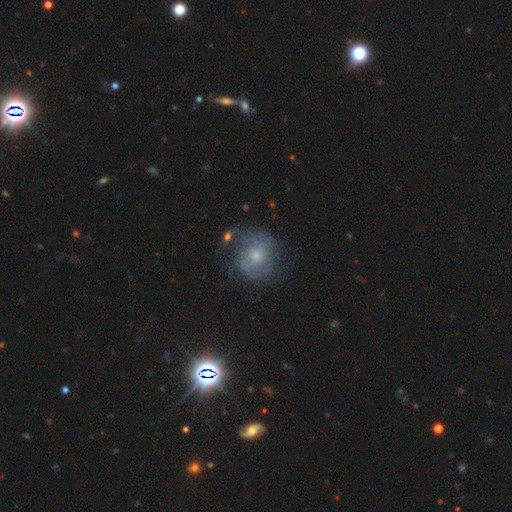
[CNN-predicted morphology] smooth_or_featured: featured or disk (p=0.70) [alt: smooth p=0.22]
disk_edge_on: no (p=0.98) [alt: yes p=0.02]
bar: no (p=0.71) [alt: weak p=0.25]
has_spiral_arms: yes (p=0.83) [alt: no p=0.17]
spiral_winding: tight (p=0.41) [alt: medium p=0.40]
spiral_arm_count: 2 (p=0.50) [alt: can't tell p=0.28]
bulge_size: small (p=0.50) [alt: moderate p=0.43]
merging: none (p=0.58) [alt: minor disturbance p=0.20]